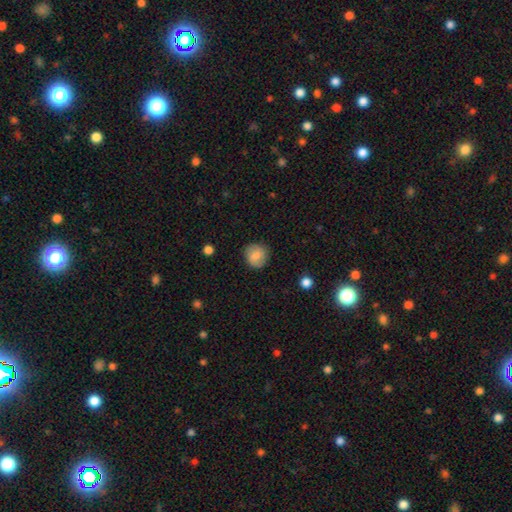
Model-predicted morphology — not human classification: smooth_or_featured: smooth (p=0.81) [alt: featured or disk p=0.12]
how_rounded: round (p=0.88) [alt: in between p=0.11]
merging: none (p=0.85) [alt: minor disturbance p=0.11]